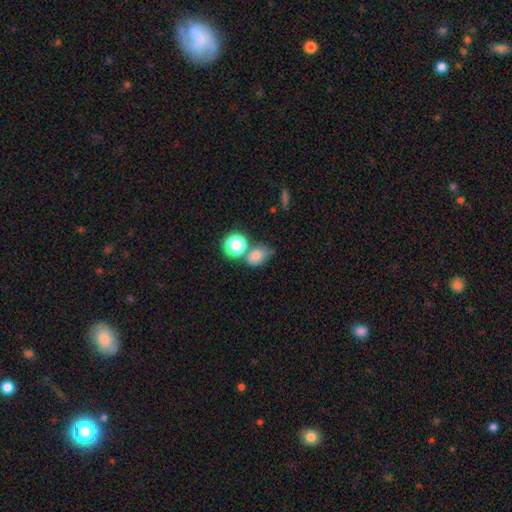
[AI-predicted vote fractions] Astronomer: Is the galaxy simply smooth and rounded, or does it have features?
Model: smooth — 76%.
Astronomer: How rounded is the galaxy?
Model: in between — 60% (runner-up: round, 39%).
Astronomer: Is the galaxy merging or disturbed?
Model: none — 49% (runner-up: merger, 30%).